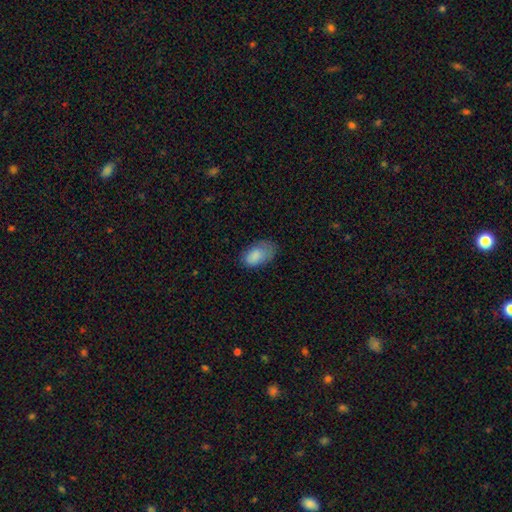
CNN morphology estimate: A smooth galaxy with no disk features (84%) that is in between round and cigar-shaped (92%).

Vote fractions:
- Smooth or featured? smooth: 84% / featured or disk: 9% / star or artifact: 7%
- How rounded? in between: 92% / round: 7% / cigar-shaped: 1%
- Merging? none: 55% / minor disturbance: 31% / major disturbance: 13% / merger: 1%